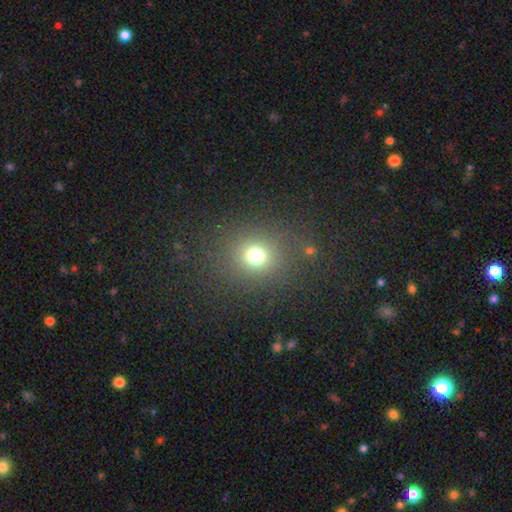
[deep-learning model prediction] Smooth or featured: smooth — 71% (star or artifact — 21%)
How rounded: round — 79% (in between — 20%)
Merging: none — 82% (minor disturbance — 9%)